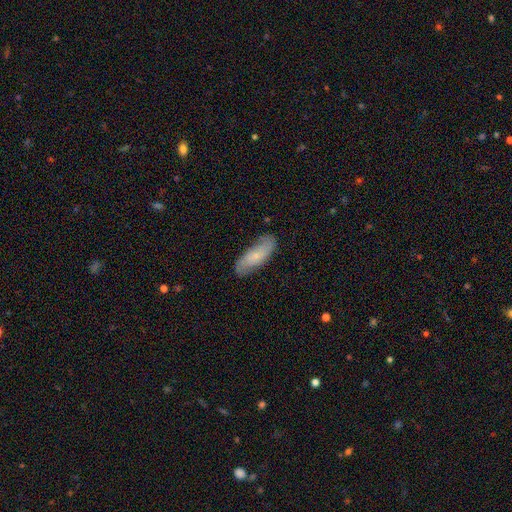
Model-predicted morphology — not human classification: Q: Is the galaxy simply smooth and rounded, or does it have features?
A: smooth — 50%.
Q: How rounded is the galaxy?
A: in between — 65%.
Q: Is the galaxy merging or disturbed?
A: none — 78%.